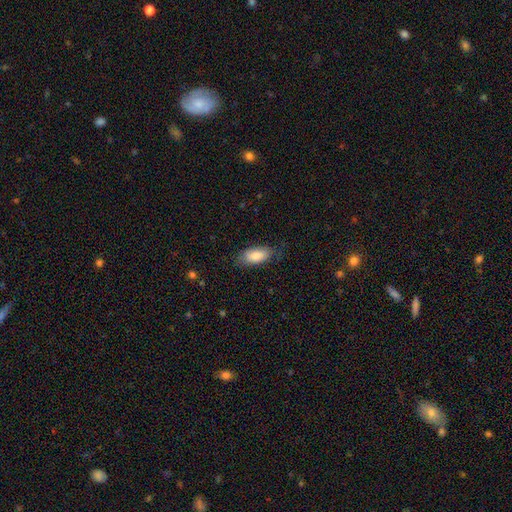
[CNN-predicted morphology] This appears to be a smooth galaxy with no disk features (81%) that is in between round and cigar-shaped (89%). Merging: none (74%).